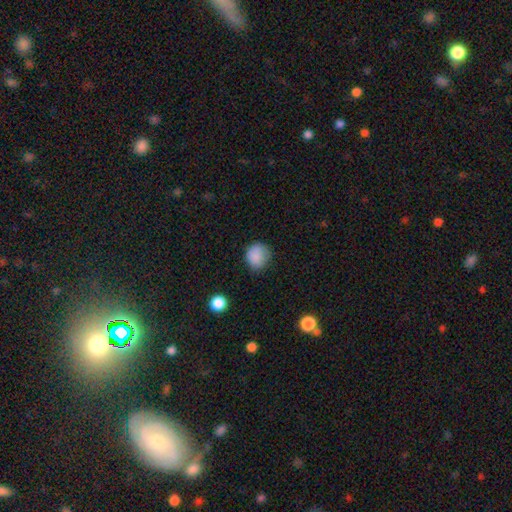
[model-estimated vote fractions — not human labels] smooth-or-featured: smooth: 86% | star or artifact: 10% | featured or disk: 4%
  how-rounded: round: 79% | in between: 20% | cigar-shaped: 1%
  merging: none: 75% | minor disturbance: 19% | major disturbance: 5% | merger: 1%